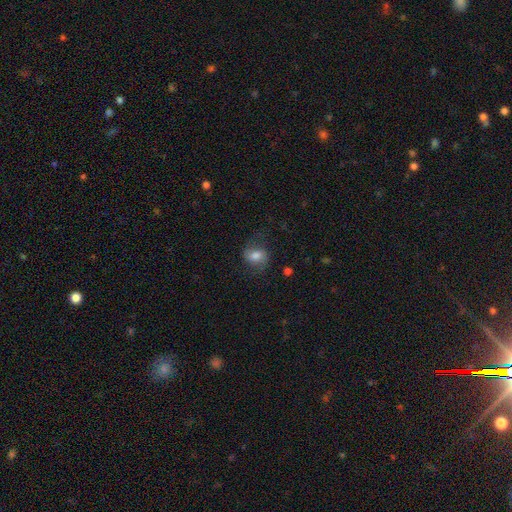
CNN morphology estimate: Overall: smooth (60%; featured or disk 30%). How rounded: in between (58%; round 40%). Merging: none (64%).